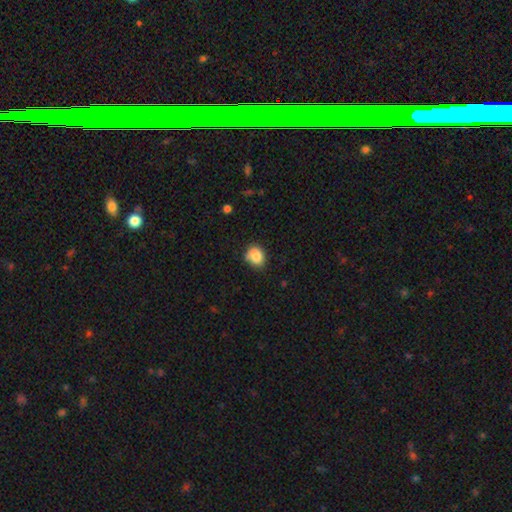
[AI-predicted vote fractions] Smooth or featured?
  - smooth: 83% *
  - star or artifact: 9%
  - featured or disk: 8%
How rounded?
  - round: 59% *
  - in between: 40%
  - cigar-shaped: 1%
Merging?
  - none: 67% *
  - minor disturbance: 24%
  - major disturbance: 5%
  - merger: 4%